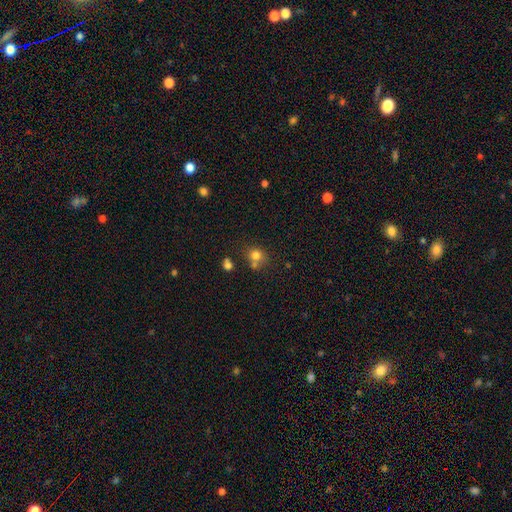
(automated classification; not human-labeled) Morphology: type=smooth (78%); roundness=round (79%); merging=none (56%).